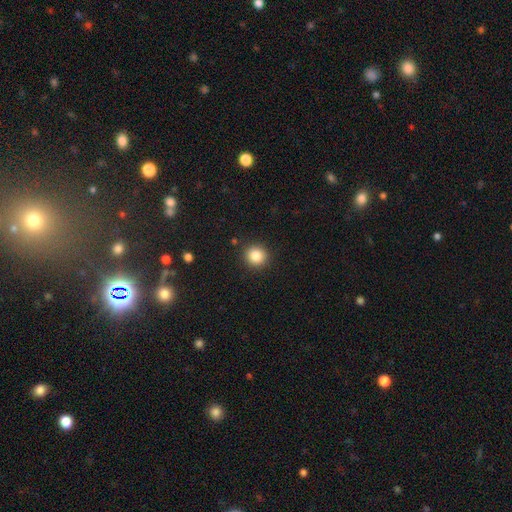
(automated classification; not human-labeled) smooth_or_featured: smooth (p=0.85) [alt: star or artifact p=0.10]
how_rounded: round (p=0.91) [alt: in between p=0.08]
merging: none (p=0.90) [alt: minor disturbance p=0.06]